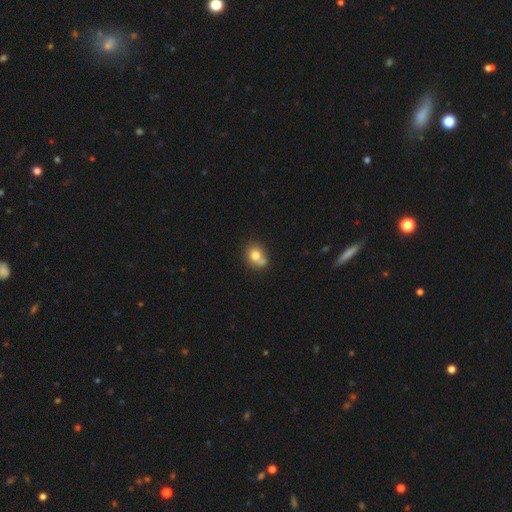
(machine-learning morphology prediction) The model was most divided on "merging": none: 47%, merger: 31%, minor disturbance: 16%, major disturbance: 6%. More confident: smooth or featured — smooth (76%); how rounded — round (63%).